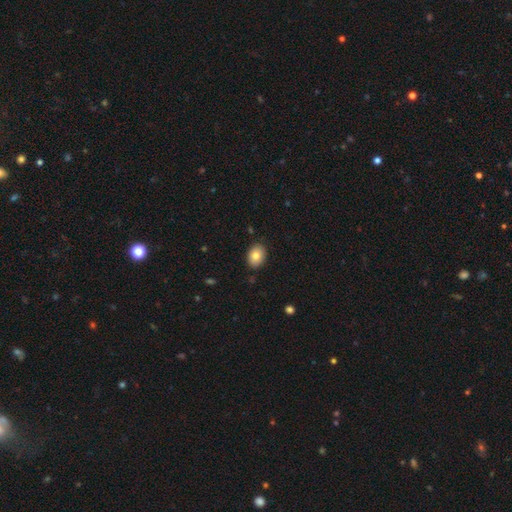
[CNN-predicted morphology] Q: Smooth or featured?
A: smooth (82%); runner-up: featured or disk (10%)
Q: How rounded?
A: in between (73%); runner-up: round (26%)
Q: Merging?
A: none (88%); runner-up: minor disturbance (9%)